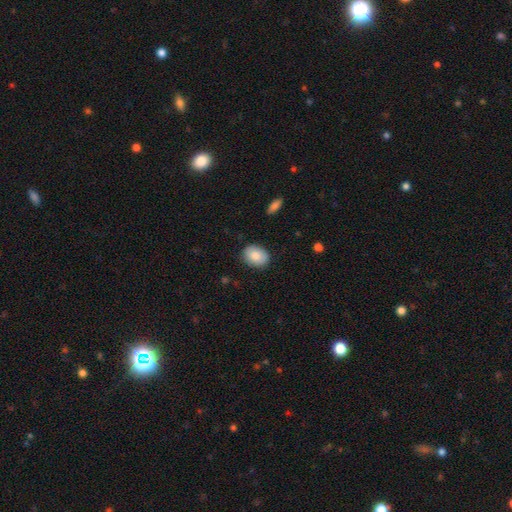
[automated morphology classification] smooth 85%, featured or disk 8%, star or artifact 7%. Down the decision tree: how rounded — in between (64%); merging — none (86%).